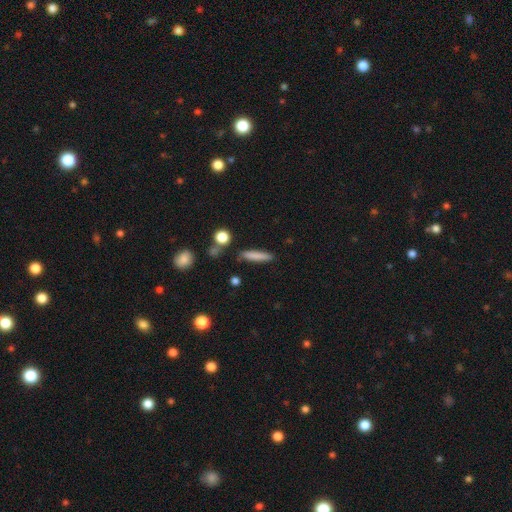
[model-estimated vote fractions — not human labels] The model was most divided on "smooth or featured": smooth: 81%, featured or disk: 12%, star or artifact: 7%. More confident: how rounded — cigar-shaped (86%); merging — none (84%).